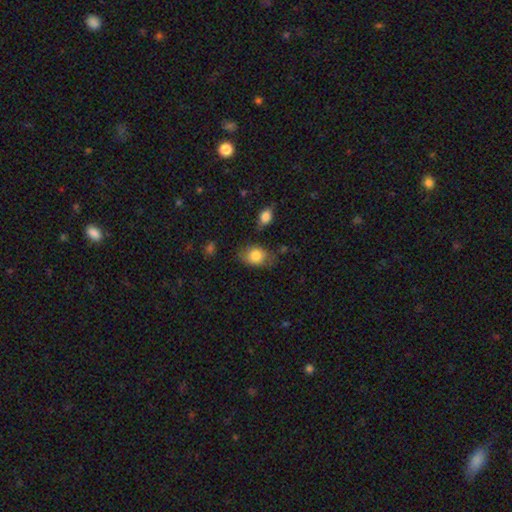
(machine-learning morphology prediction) smooth_or_featured: smooth (p=0.80) [alt: featured or disk p=0.12]
how_rounded: in between (p=0.74) [alt: round p=0.24]
merging: none (p=0.65) [alt: minor disturbance p=0.25]